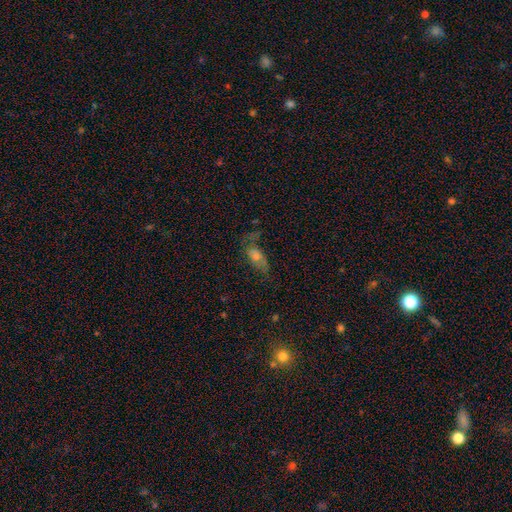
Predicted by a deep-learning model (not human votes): smooth_or_featured: smooth (p=0.44) [alt: featured or disk p=0.32]
merging: none (p=0.43) [alt: major disturbance p=0.29]